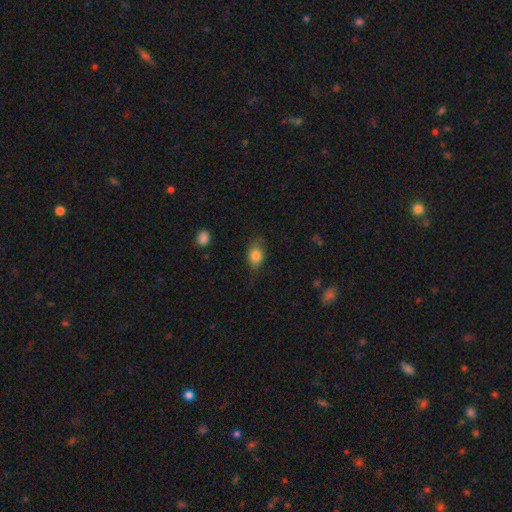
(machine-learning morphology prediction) smooth-or-featured: smooth: 81% | featured or disk: 10% | star or artifact: 9%
  how-rounded: in between: 64% | round: 34% | cigar-shaped: 3%
  merging: none: 70% | minor disturbance: 23% | major disturbance: 6% | merger: 1%